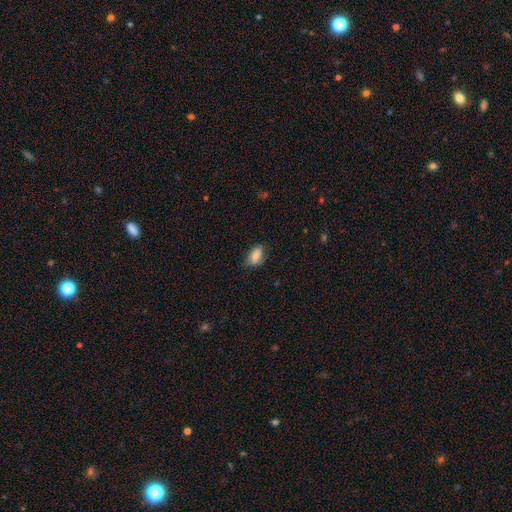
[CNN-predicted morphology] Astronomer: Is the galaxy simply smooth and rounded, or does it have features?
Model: smooth — 77%.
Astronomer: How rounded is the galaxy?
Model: in between — 89%.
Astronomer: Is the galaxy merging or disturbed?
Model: none — 68%.